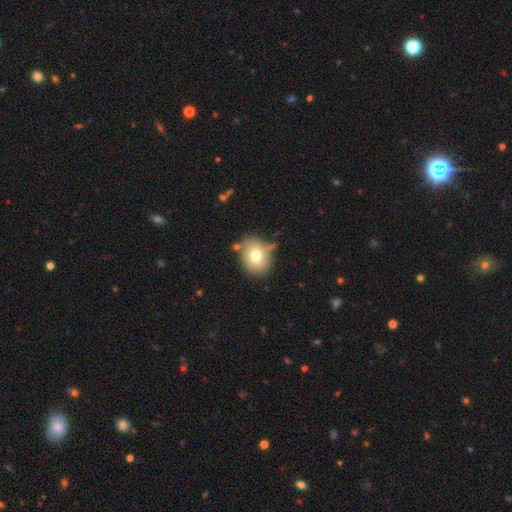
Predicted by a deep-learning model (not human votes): This appears to be a smooth galaxy with no disk features (72%) that is round (61%). Merging: none (69%).